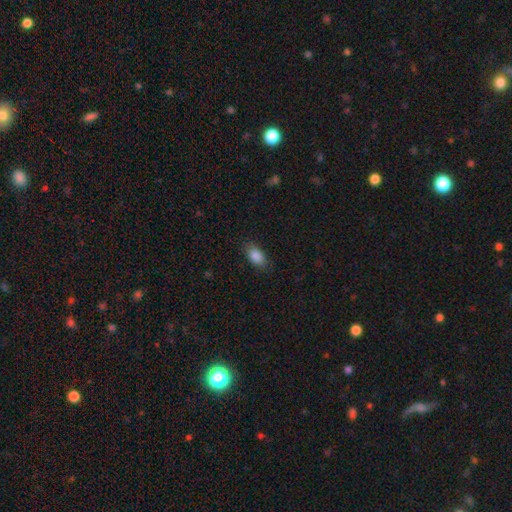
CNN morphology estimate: Overall: smooth (88%). How rounded: in between (91%). Merging: none (84%).